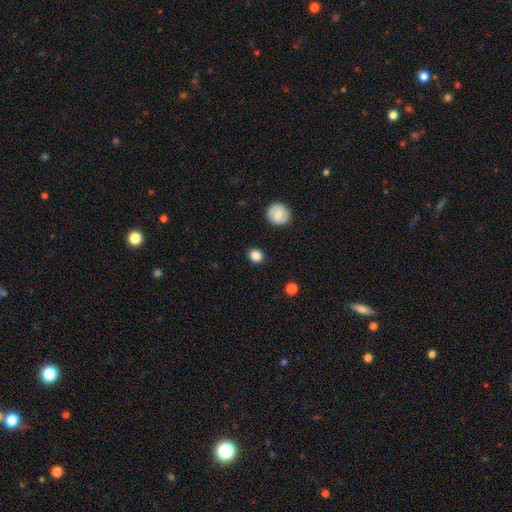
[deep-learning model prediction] The model was most divided on "how rounded": round: 74%, in between: 25%, cigar-shaped: 1%. More confident: merging — none (88%); smooth or featured — smooth (86%).